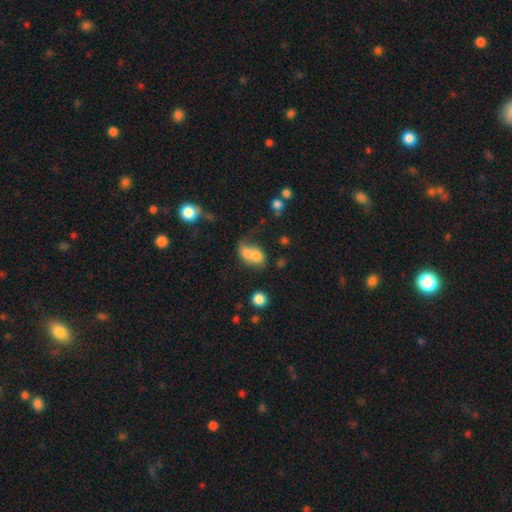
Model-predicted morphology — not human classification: Q: Smooth or featured?
A: smooth (70%); runner-up: featured or disk (19%)
Q: How rounded?
A: in between (52%); runner-up: round (47%)
Q: Merging?
A: merger (71%); runner-up: none (18%)